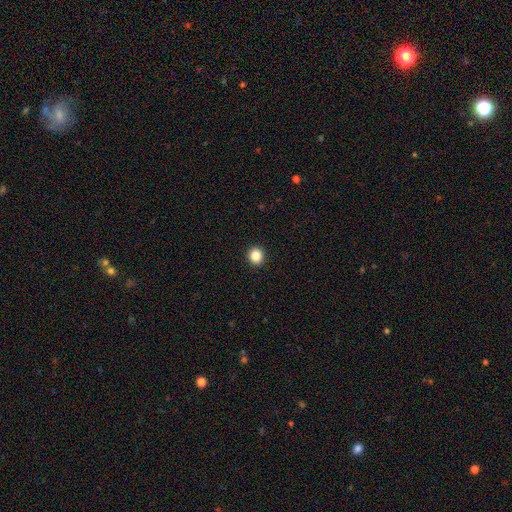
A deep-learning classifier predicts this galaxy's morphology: The model was most divided on "smooth or featured": smooth: 85%, star or artifact: 11%, featured or disk: 4%. More confident: merging — none (93%); how rounded — round (89%).